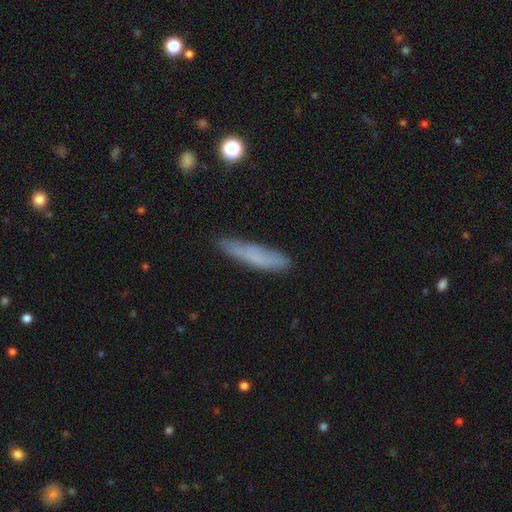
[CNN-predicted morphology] smooth 70%, featured or disk 22%, star or artifact 9%. Down the decision tree: how rounded — cigar-shaped (84%); merging — none (73%).